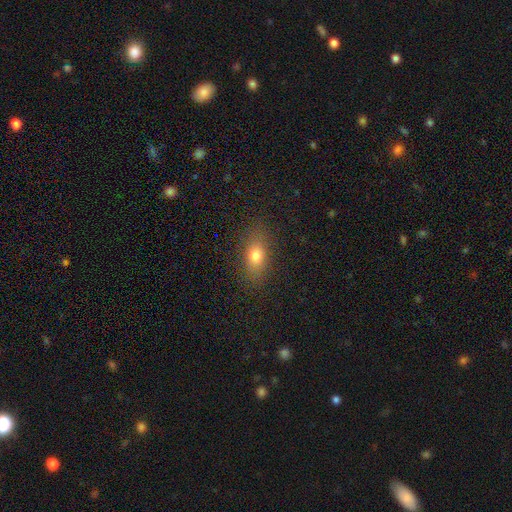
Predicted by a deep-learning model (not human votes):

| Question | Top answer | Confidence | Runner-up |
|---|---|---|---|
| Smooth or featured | smooth | 76% | featured or disk (13%) |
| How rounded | in between | 76% | round (12%) |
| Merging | none | 85% | minor disturbance (11%) |